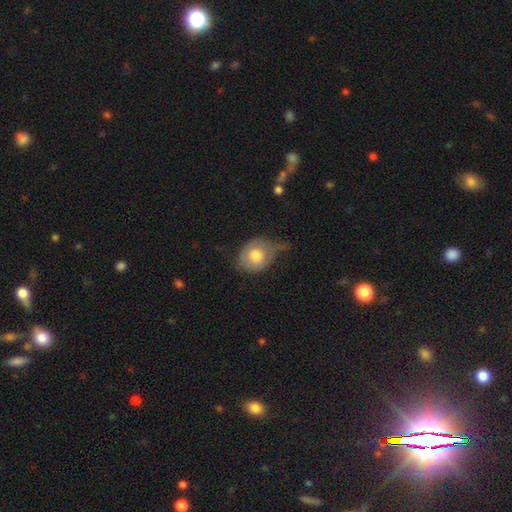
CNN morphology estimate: Smooth or featured? Predicted: smooth (p=0.65). How rounded? Predicted: round (p=0.59). Merging? Predicted: minor disturbance (p=0.36).